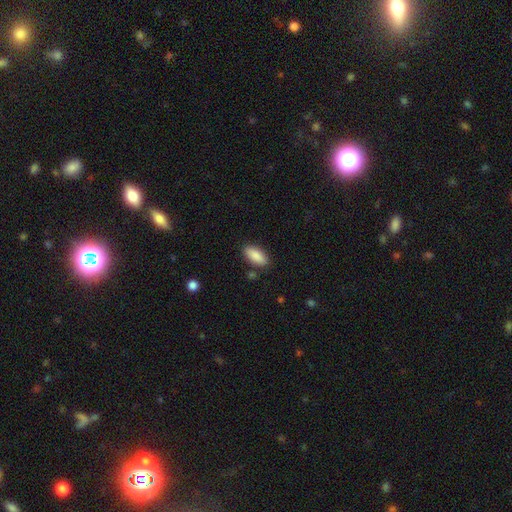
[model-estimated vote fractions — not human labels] smooth-or-featured: smooth: 87% | featured or disk: 7% | star or artifact: 6%
  how-rounded: in between: 85% | cigar-shaped: 13% | round: 2%
  merging: none: 85% | minor disturbance: 10% | merger: 2% | major disturbance: 2%